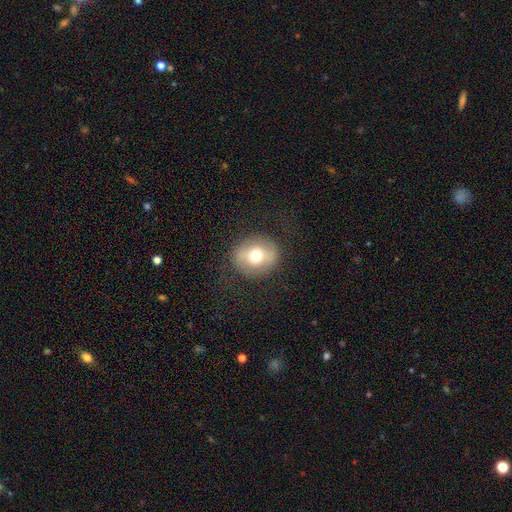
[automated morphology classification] Smooth or featured: smooth — 56% (featured or disk — 35%)
How rounded: round — 81% (in between — 18%)
Merging: none — 82% (minor disturbance — 11%)